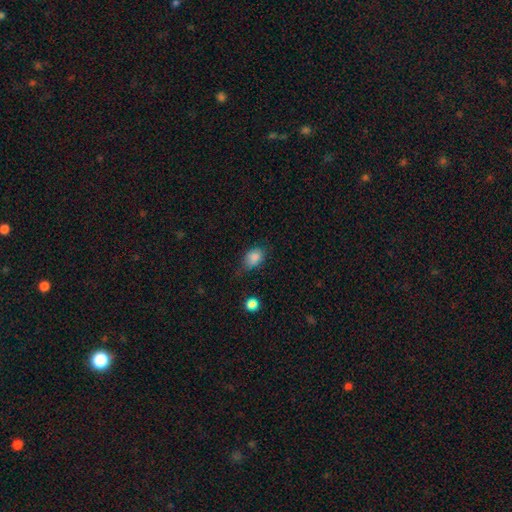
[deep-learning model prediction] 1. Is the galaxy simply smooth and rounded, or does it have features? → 83% smooth, 10% star or artifact, 6% featured or disk.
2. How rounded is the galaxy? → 75% in between, 24% round, 2% cigar-shaped.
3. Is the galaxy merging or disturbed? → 58% none, 30% minor disturbance, 9% major disturbance, 3% merger.